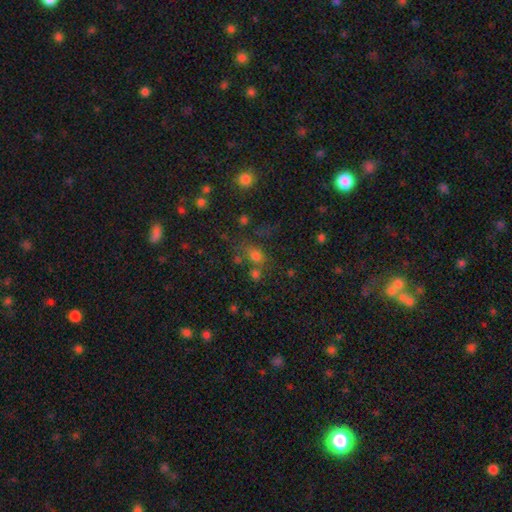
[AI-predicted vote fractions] Morphology: type=smooth (65%); roundness=round (60%); merging=none (55%).